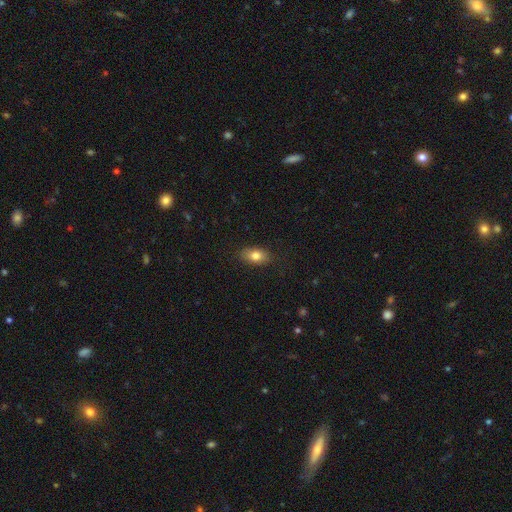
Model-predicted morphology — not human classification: A smooth galaxy with no disk features (81%) that is in between round and cigar-shaped (86%).

Vote fractions:
- Smooth or featured? smooth: 81% / featured or disk: 10% / star or artifact: 8%
- How rounded? in between: 86% / round: 11% / cigar-shaped: 3%
- Merging? none: 84% / minor disturbance: 12% / major disturbance: 3% / merger: 1%